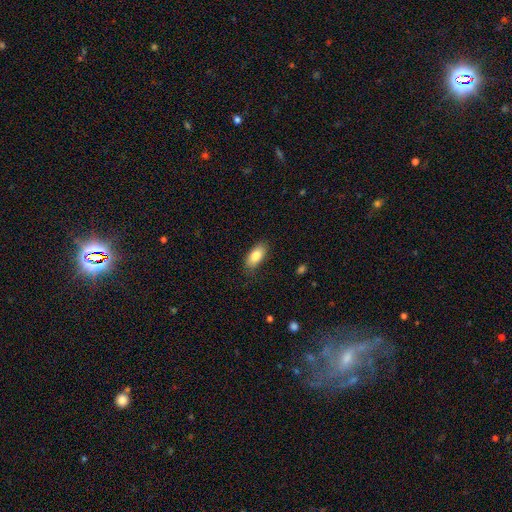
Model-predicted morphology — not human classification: Smooth or featured? Predicted: smooth (p=0.85). How rounded? Predicted: in between (p=0.90). Merging? Predicted: none (p=0.83).